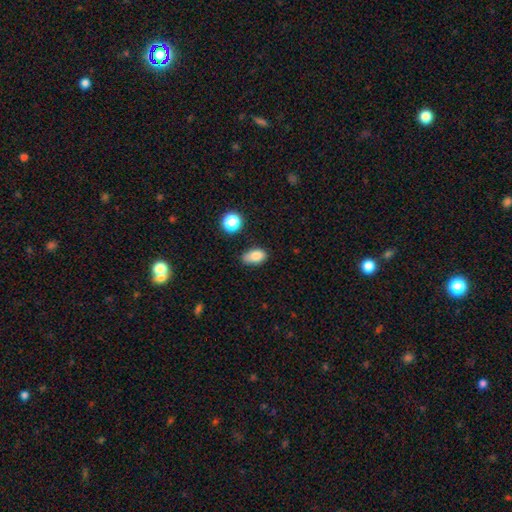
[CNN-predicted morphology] The model was most divided on "merging": none: 66%, minor disturbance: 25%, major disturbance: 5%, merger: 4%. More confident: how rounded — in between (88%); smooth or featured — smooth (83%).